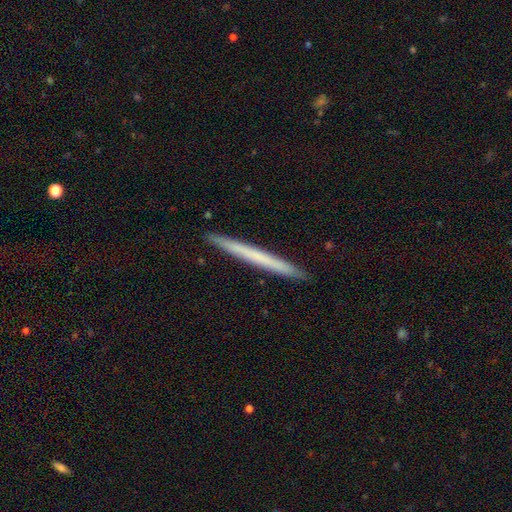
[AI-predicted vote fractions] smooth 56%, featured or disk 39%, star or artifact 5%. Down the decision tree: how rounded — cigar-shaped (98%); merging — none (93%).